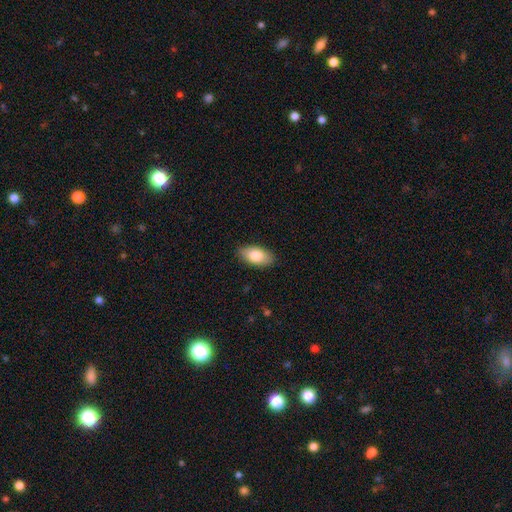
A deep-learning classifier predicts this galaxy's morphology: Overall: smooth (83%). How rounded: in between (93%). Merging: none (88%).